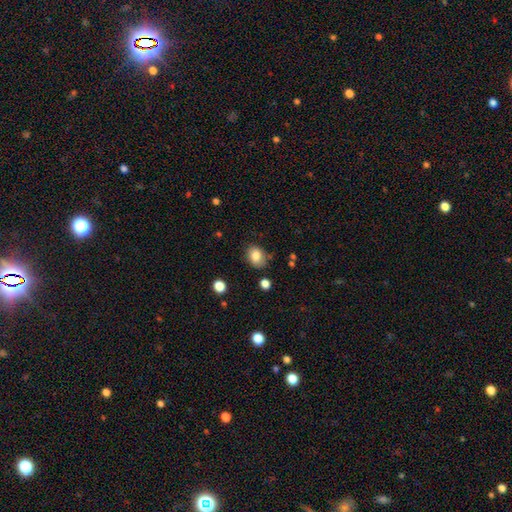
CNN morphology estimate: This is clearly a smooth galaxy (83%). How rounded: possibly in between (59%). Merging: likely none (75%).